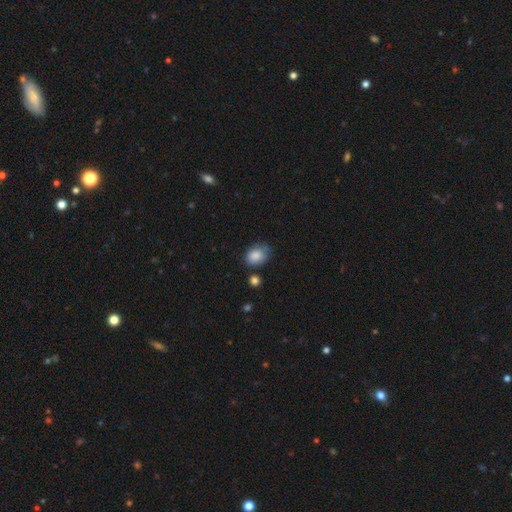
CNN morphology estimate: A smooth galaxy with no disk features (85%) that is in between round and cigar-shaped (57%).

Vote fractions:
- Smooth or featured? smooth: 85% / star or artifact: 8% / featured or disk: 7%
- How rounded? in between: 57% / round: 42% / cigar-shaped: 1%
- Merging? none: 58% / minor disturbance: 30% / major disturbance: 7% / merger: 5%